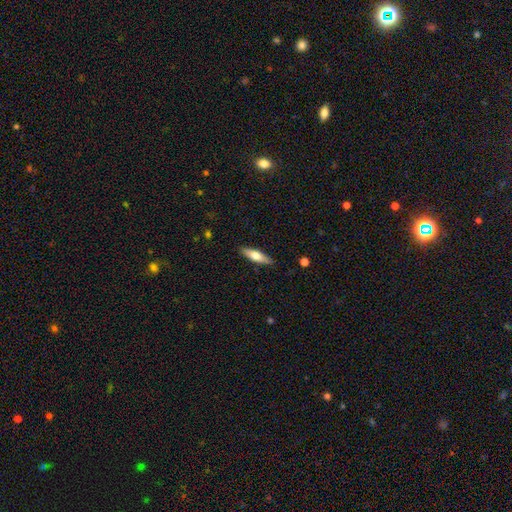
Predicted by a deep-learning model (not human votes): This appears to be a smooth galaxy with no disk features (56%) that is cigar-shaped (62%). Merging: none (88%).